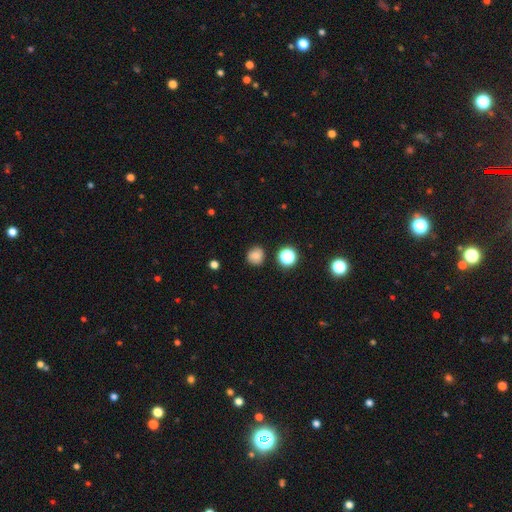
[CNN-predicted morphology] Overall: smooth (77%). How rounded: round (87%). Merging: none (85%).